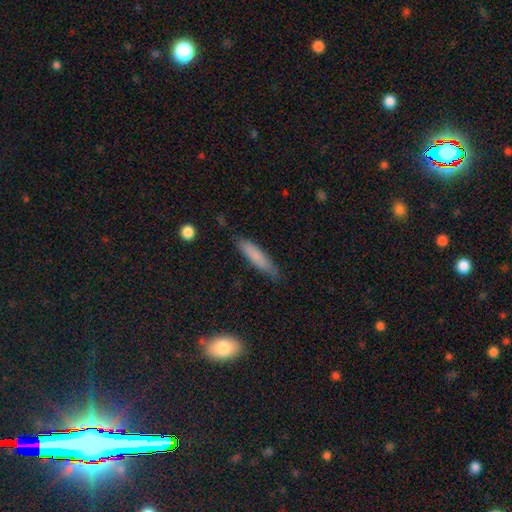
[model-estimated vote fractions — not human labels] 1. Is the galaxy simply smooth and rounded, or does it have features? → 79% smooth, 15% featured or disk, 6% star or artifact.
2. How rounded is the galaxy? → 83% cigar-shaped, 16% in between, 1% round.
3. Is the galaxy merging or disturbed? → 81% none, 15% minor disturbance, 3% major disturbance, 2% merger.